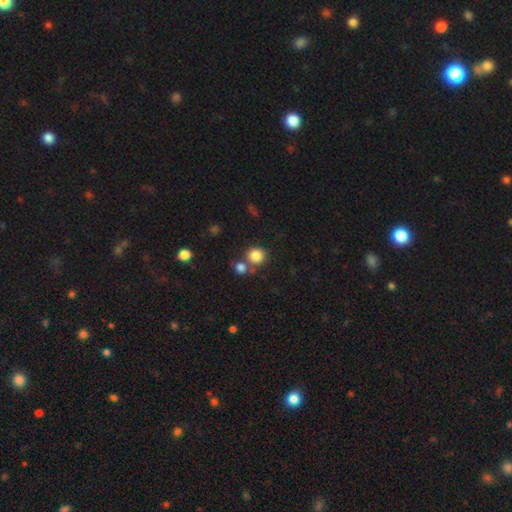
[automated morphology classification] Q: Smooth or featured?
A: smooth (84%); runner-up: star or artifact (11%)
Q: How rounded?
A: round (89%); runner-up: in between (10%)
Q: Merging?
A: none (63%); runner-up: merger (25%)